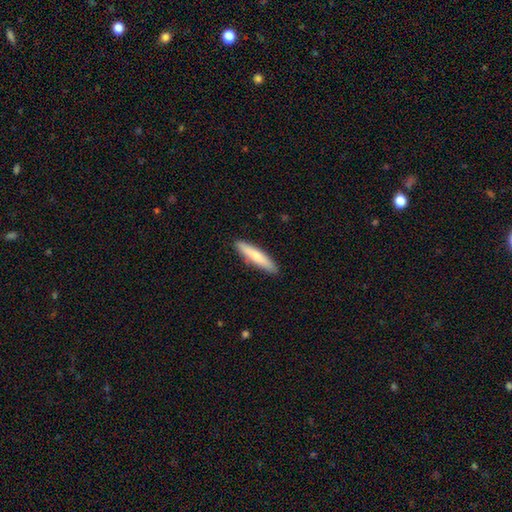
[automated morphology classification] smooth_or_featured: smooth (p=0.74) [alt: featured or disk p=0.21]
how_rounded: cigar-shaped (p=0.88) [alt: in between p=0.11]
merging: none (p=0.89) [alt: minor disturbance p=0.09]